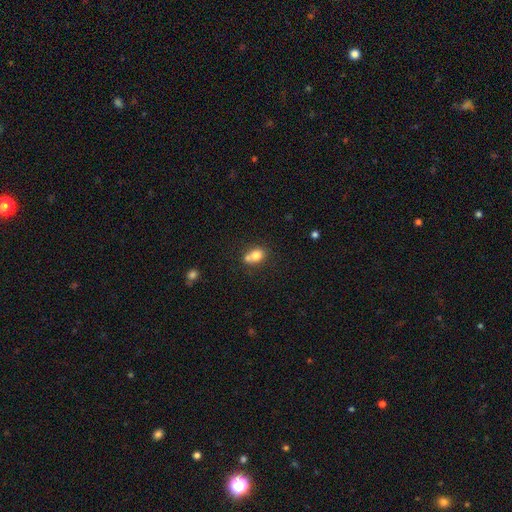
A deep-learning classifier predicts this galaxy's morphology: Q: Smooth or featured?
A: smooth (76%); runner-up: featured or disk (14%)
Q: How rounded?
A: in between (51%); runner-up: round (48%)
Q: Merging?
A: none (45%); runner-up: merger (40%)